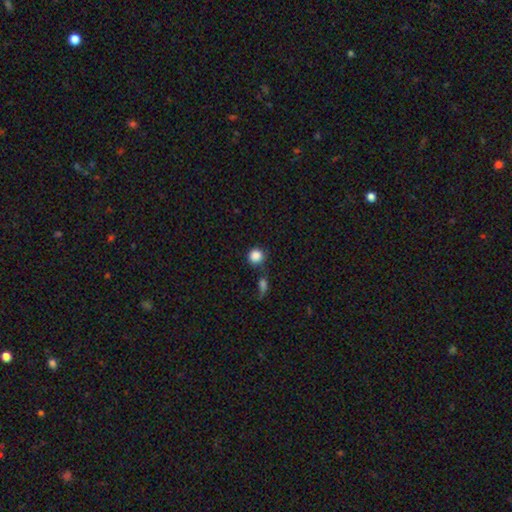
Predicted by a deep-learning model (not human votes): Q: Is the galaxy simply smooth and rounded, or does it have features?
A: smooth — 86%.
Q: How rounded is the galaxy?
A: round — 92%.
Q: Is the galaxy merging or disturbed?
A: none — 73%.